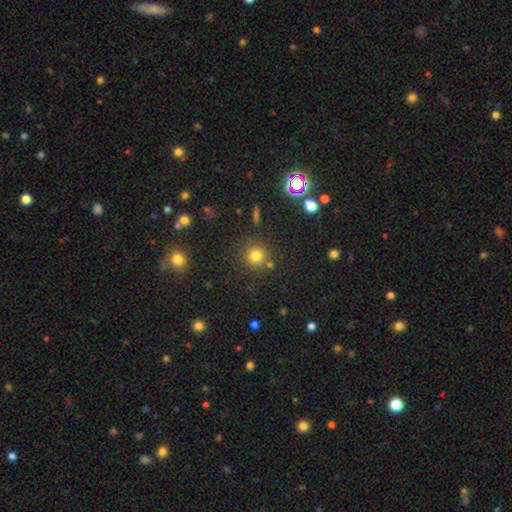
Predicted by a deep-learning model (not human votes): The model was most divided on "smooth or featured": smooth: 76%, star or artifact: 18%, featured or disk: 7%. More confident: how rounded — round (91%); merging — none (81%).